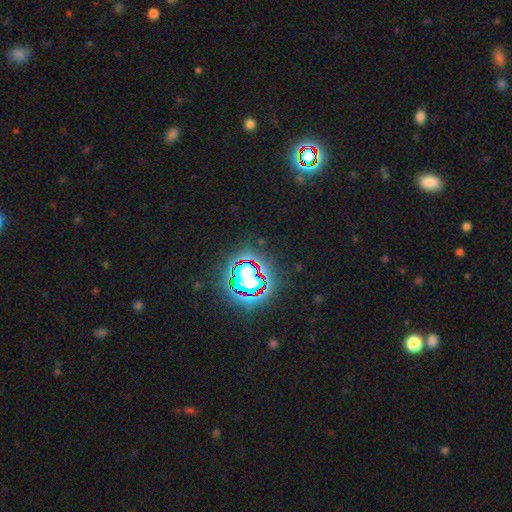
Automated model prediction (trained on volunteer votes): This appears to be a star or artifact, not a galaxy (82%).